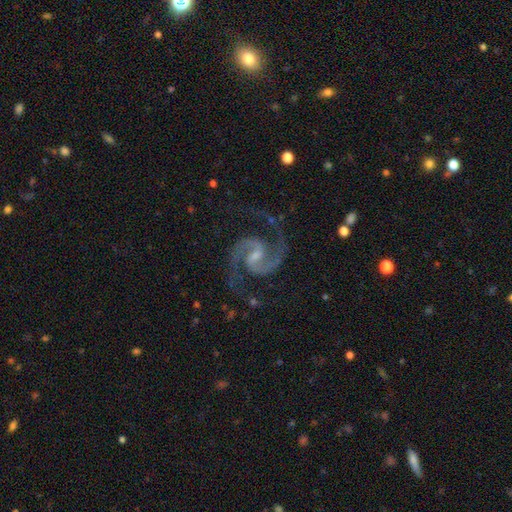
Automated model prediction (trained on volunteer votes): smooth-or-featured: featured or disk: 94% | star or artifact: 4% | smooth: 2%
  disk-edge-on: no: 98% | yes: 2%
    bar: weak: 57% | no: 25% | strong: 18%
    has-spiral-arms: yes: 99% | no: 1%
      spiral-winding: medium: 70% | loose: 15% | tight: 14%
      spiral-arm-count: 2: 95% | 3: 1% | can't tell: 1% | 1: 1% | 4: 1% | more than 4: 1%
    bulge-size: small: 45% | moderate: 36% | none: 15% | large: 3% | dominant: 1%
  merging: none: 80% | minor disturbance: 13% | major disturbance: 6% | merger: 2%